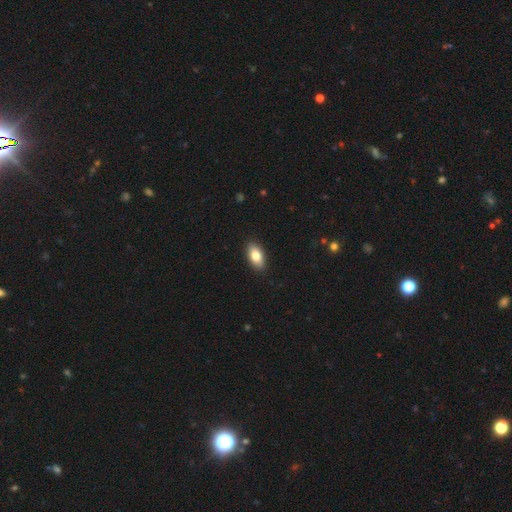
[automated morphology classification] Q: Smooth or featured?
A: smooth (81%); runner-up: featured or disk (13%)
Q: How rounded?
A: in between (91%); runner-up: cigar-shaped (5%)
Q: Merging?
A: none (90%); runner-up: minor disturbance (7%)